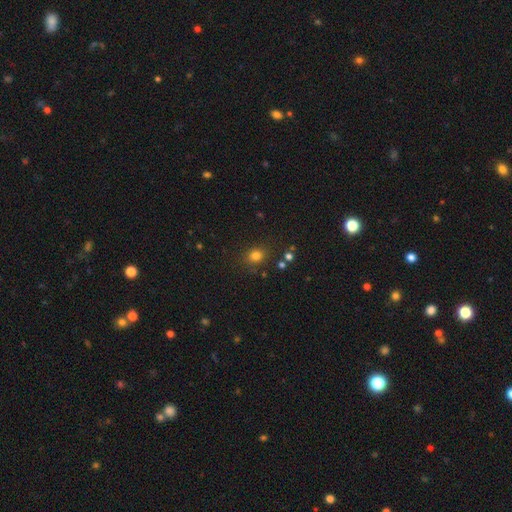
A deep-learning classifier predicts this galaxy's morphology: Smooth or featured? smooth (78%)
How rounded? round (62%)
Merging? none (81%)